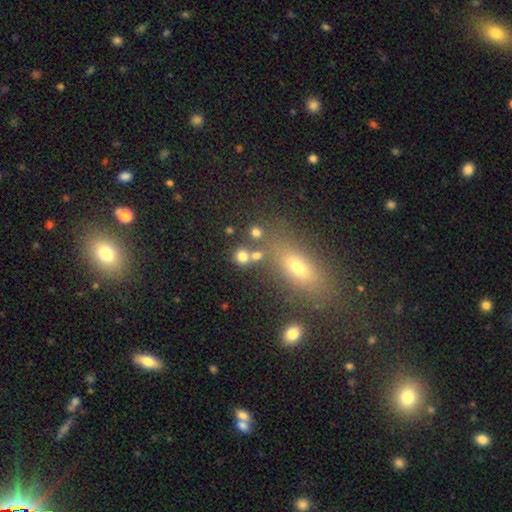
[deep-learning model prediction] Morphology: type=smooth (68%); roundness=round (64%); merging=none (66%).